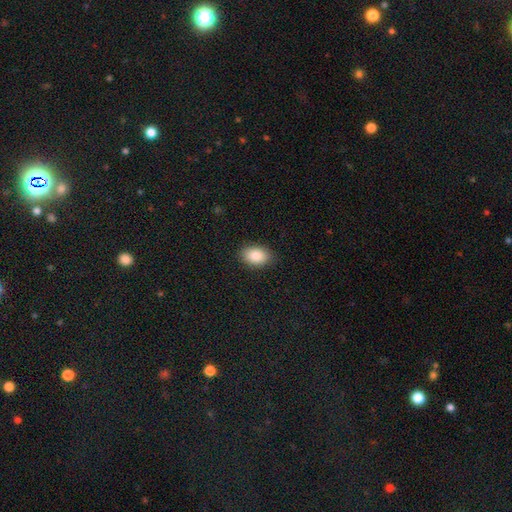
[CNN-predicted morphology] This is clearly a smooth galaxy (88%). How rounded: clearly in between (89%). Merging: clearly none (88%).